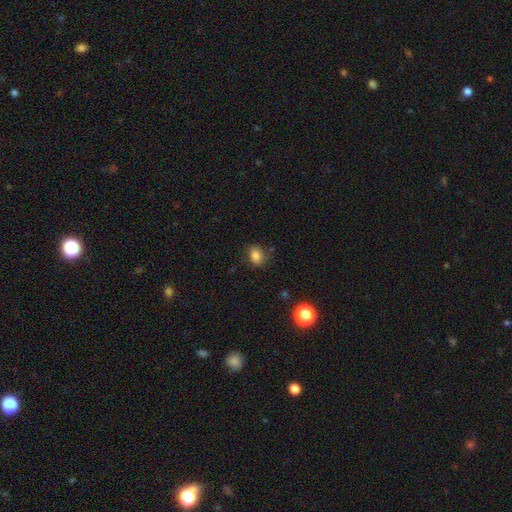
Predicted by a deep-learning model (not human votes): This appears to be a smooth galaxy with no disk features (81%) that is in between round and cigar-shaped (64%). Merging: none (77%).